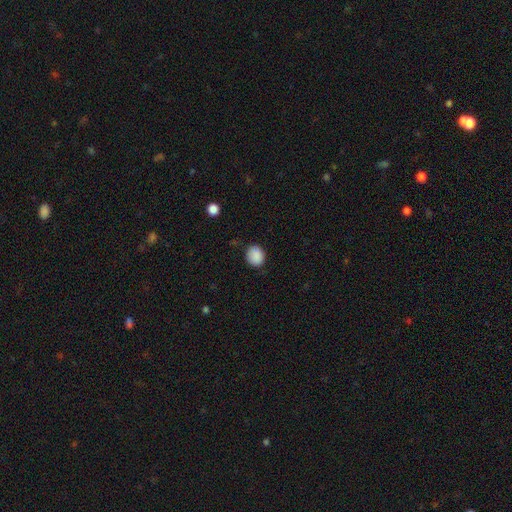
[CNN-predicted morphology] Smooth or featured? Predicted: smooth (p=0.88). How rounded? Predicted: round (p=0.74). Merging? Predicted: none (p=0.79).